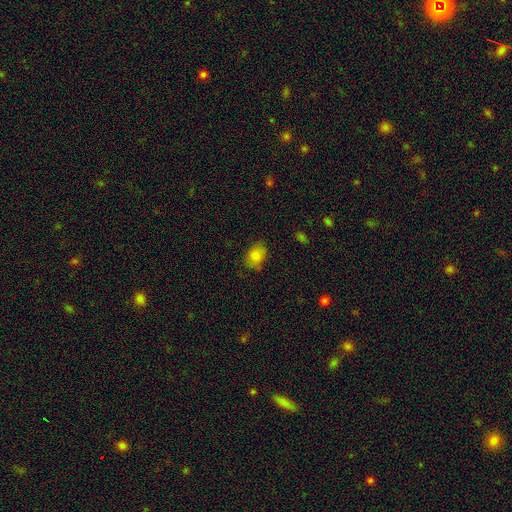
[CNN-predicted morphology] type=smooth (84%); roundness=in between (77%); merging=none (72%).